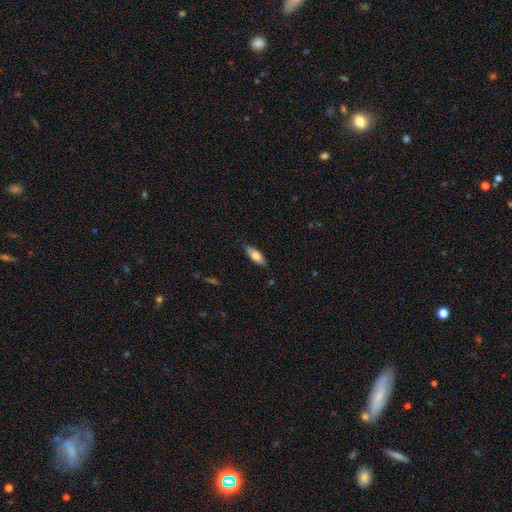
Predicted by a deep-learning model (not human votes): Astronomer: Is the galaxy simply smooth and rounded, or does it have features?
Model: smooth — 65%.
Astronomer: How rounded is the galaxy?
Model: in between — 64%.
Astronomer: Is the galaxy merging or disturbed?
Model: none — 83%.